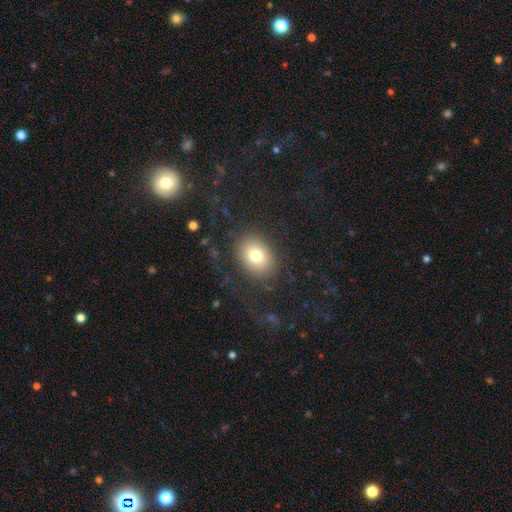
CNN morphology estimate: smooth 76%, featured or disk 13%, star or artifact 11%. Down the decision tree: how rounded — in between (58%); merging — none (81%).